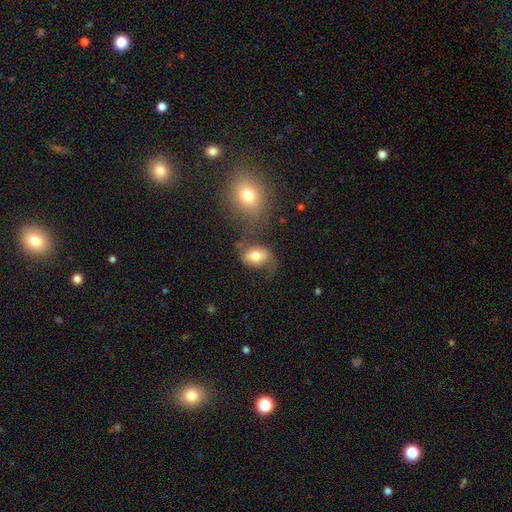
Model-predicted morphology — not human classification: Smooth or featured?
  - smooth: 63% *
  - featured or disk: 27%
  - star or artifact: 10%
How rounded?
  - in between: 79% *
  - round: 19%
  - cigar-shaped: 2%
Merging?
  - none: 42% *
  - minor disturbance: 23%
  - major disturbance: 19%
  - merger: 15%